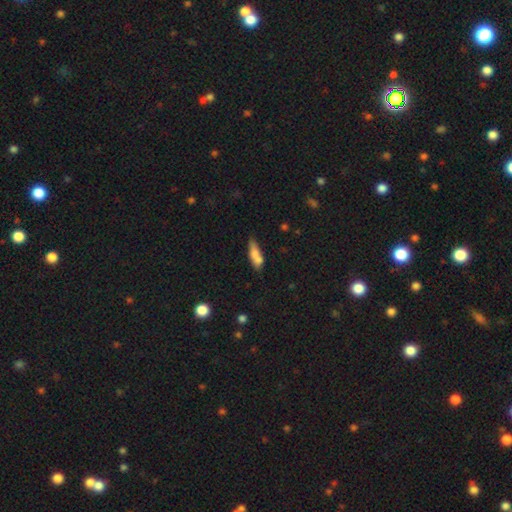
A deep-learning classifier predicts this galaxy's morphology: Smooth or featured?
  - smooth: 70% *
  - featured or disk: 22%
  - star or artifact: 8%
How rounded?
  - cigar-shaped: 55% *
  - in between: 42%
  - round: 3%
Merging?
  - none: 50% *
  - minor disturbance: 22%
  - merger: 21%
  - major disturbance: 7%